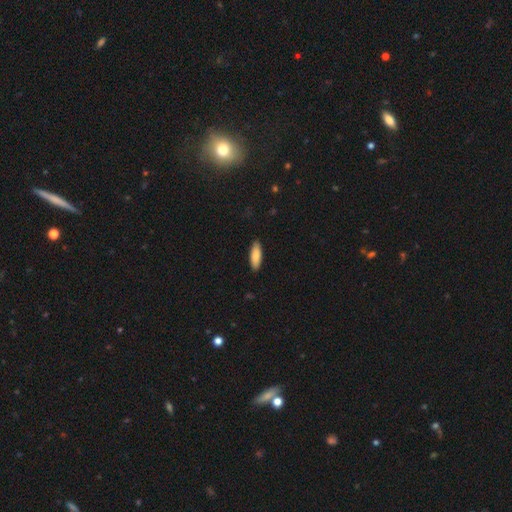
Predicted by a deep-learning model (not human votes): This appears to be a smooth galaxy with no disk features (87%) that is in between round and cigar-shaped (55%). Merging: none (89%).